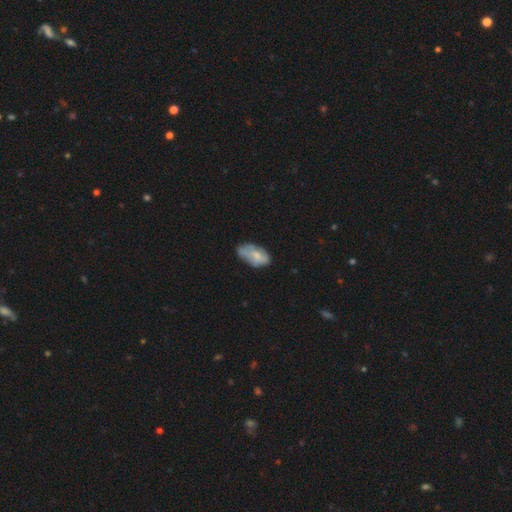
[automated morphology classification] smooth 66%, featured or disk 27%, star or artifact 7%. Down the decision tree: how rounded — in between (93%); merging — none (48%).